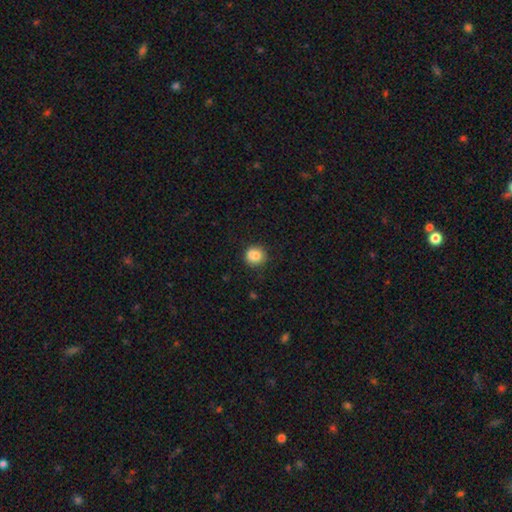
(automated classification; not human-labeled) Smooth or featured: smooth — 81% (star or artifact — 10%)
How rounded: round — 88% (in between — 12%)
Merging: none — 72% (minor disturbance — 14%)